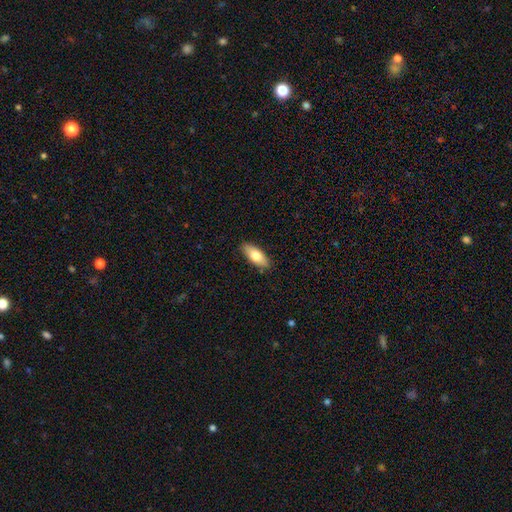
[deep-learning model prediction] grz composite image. It shows a smooth galaxy with no disk features (72%) that is in between round and cigar-shaped (77%). Merging: none (88%).